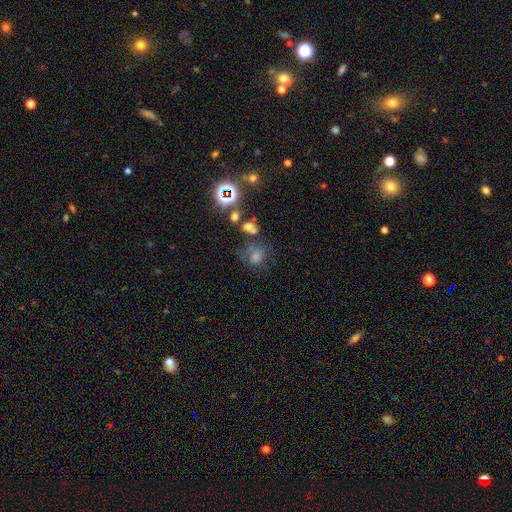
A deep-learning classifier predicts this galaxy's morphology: Smooth or featured? Predicted: star or artifact (p=0.42).